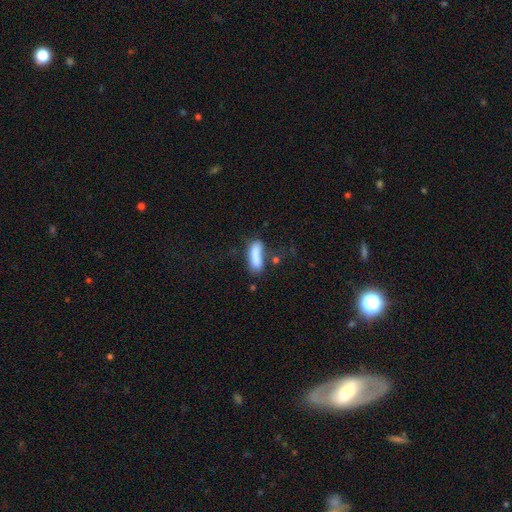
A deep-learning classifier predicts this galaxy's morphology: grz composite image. It shows a smooth galaxy with no disk features (81%) that is cigar-shaped (51%). Merging: none (48%).